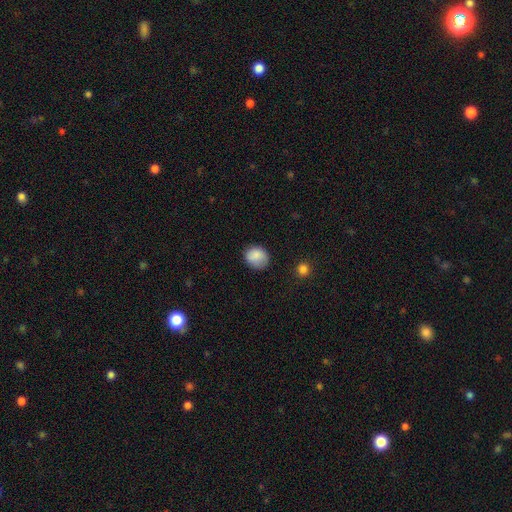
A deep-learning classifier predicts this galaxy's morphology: Q: Smooth or featured?
A: smooth (86%); runner-up: star or artifact (8%)
Q: How rounded?
A: round (71%); runner-up: in between (28%)
Q: Merging?
A: none (74%); runner-up: minor disturbance (20%)